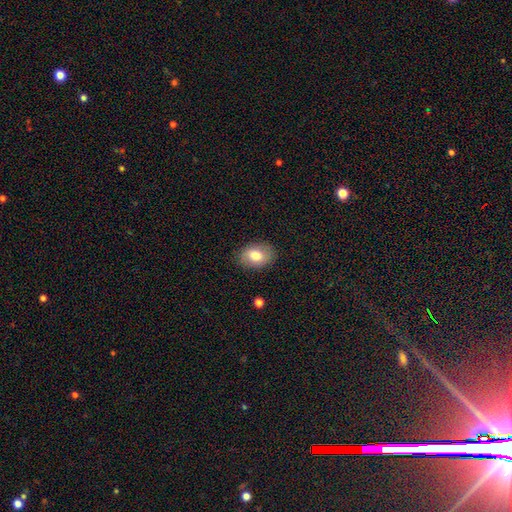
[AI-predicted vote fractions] Smooth or featured? Predicted: smooth (p=0.77). How rounded? Predicted: in between (p=0.77). Merging? Predicted: none (p=0.85).